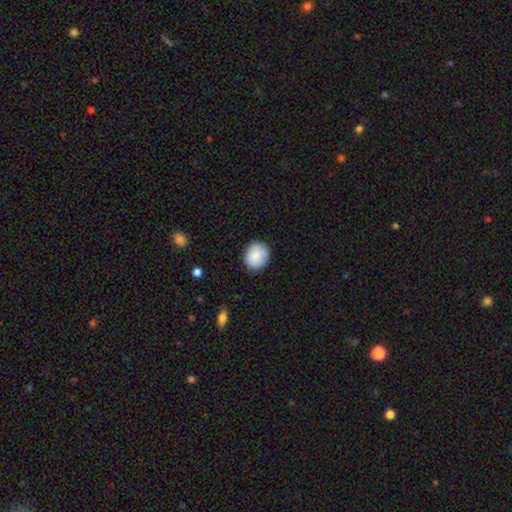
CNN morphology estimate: smooth 88%, star or artifact 7%, featured or disk 5%. Down the decision tree: how rounded — round (73%); merging — none (87%).